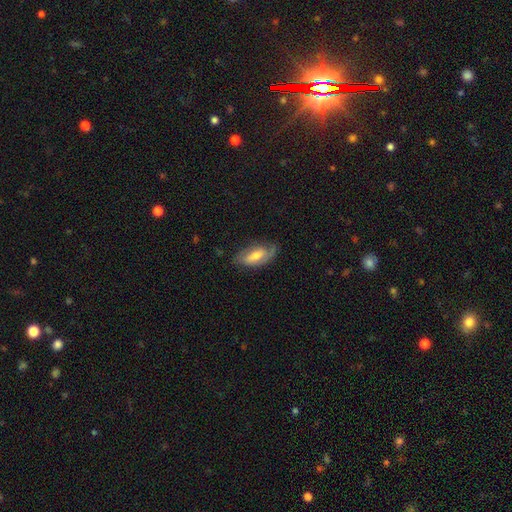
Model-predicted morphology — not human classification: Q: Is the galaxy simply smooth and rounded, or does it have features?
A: featured or disk — 57%.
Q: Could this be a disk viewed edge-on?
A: no — 87%.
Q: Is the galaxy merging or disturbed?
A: none — 69%.